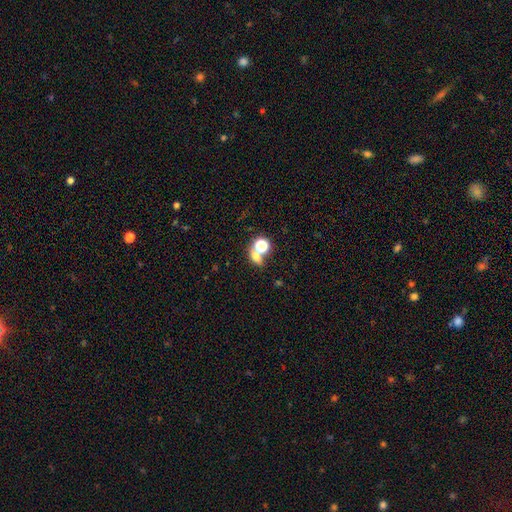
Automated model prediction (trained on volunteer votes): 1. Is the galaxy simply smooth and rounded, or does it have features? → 60% smooth, 27% star or artifact, 12% featured or disk.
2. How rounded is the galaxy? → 49% round, 46% in between, 5% cigar-shaped.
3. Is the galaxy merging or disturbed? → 49% none, 37% merger, 8% minor disturbance, 6% major disturbance.